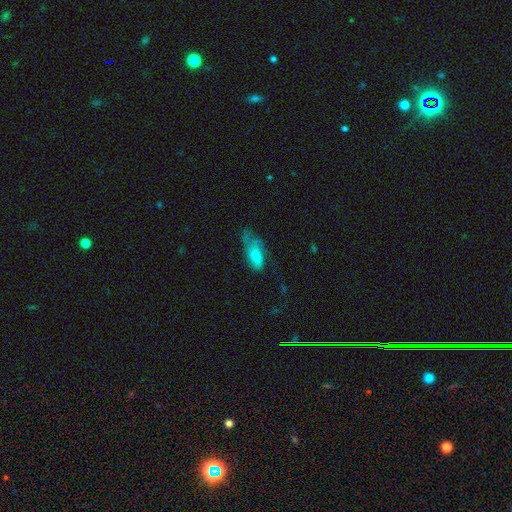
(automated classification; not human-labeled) smooth 64%, featured or disk 28%, star or artifact 8%. Down the decision tree: how rounded — in between (80%); merging — none (35%).